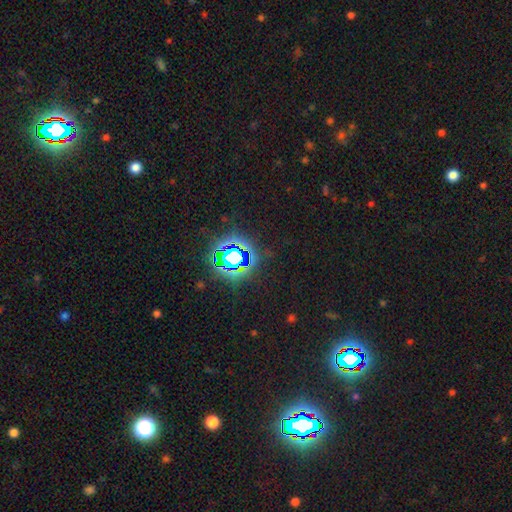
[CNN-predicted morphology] smooth_or_featured: star or artifact (p=0.81) [alt: smooth p=0.12]